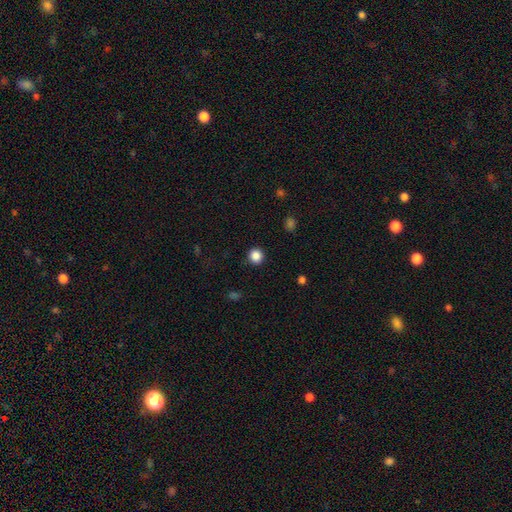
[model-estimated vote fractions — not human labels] The model was most divided on "smooth or featured": smooth: 86%, star or artifact: 11%, featured or disk: 3%. More confident: how rounded — round (92%); merging — none (91%).